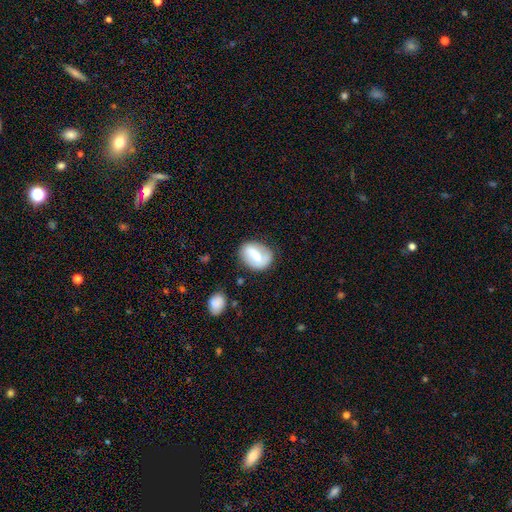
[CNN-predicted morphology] smooth_or_featured: smooth (p=0.52) [alt: featured or disk p=0.41]
how_rounded: in between (p=0.70) [alt: round p=0.28]
merging: none (p=0.72) [alt: minor disturbance p=0.19]